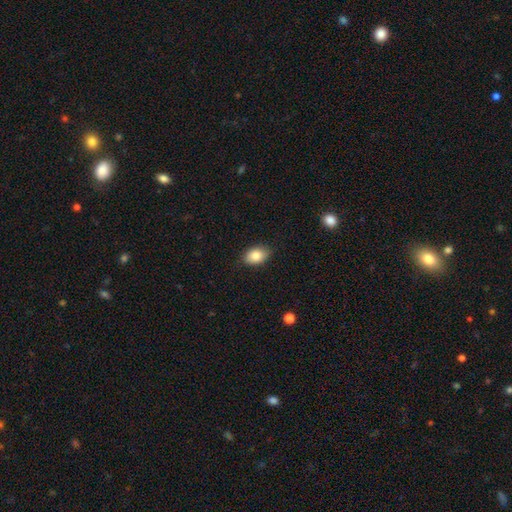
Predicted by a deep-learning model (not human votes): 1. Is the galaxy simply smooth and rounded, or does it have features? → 84% smooth, 8% featured or disk, 8% star or artifact.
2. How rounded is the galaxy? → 85% in between, 14% round, 1% cigar-shaped.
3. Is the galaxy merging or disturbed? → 84% none, 12% minor disturbance, 2% major disturbance, 1% merger.